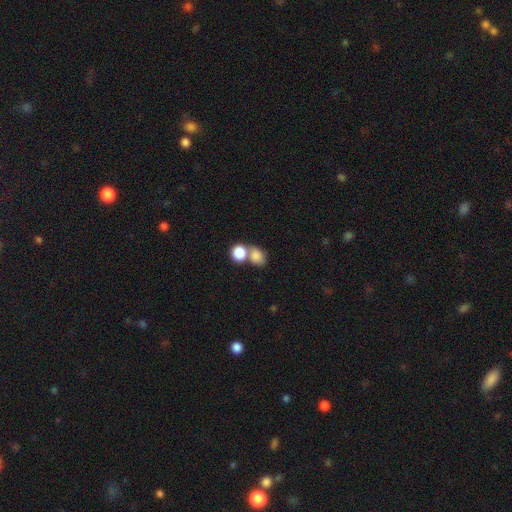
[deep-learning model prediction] This appears to be a smooth galaxy with no disk features (82%) that is round (55%). Merging: merger (54%).